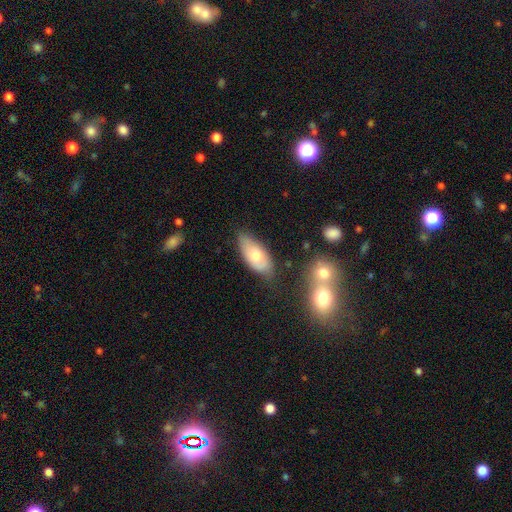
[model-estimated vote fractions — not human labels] Smooth or featured? Predicted: smooth (p=0.64). How rounded? Predicted: in between (p=0.90). Merging? Predicted: none (p=0.63).